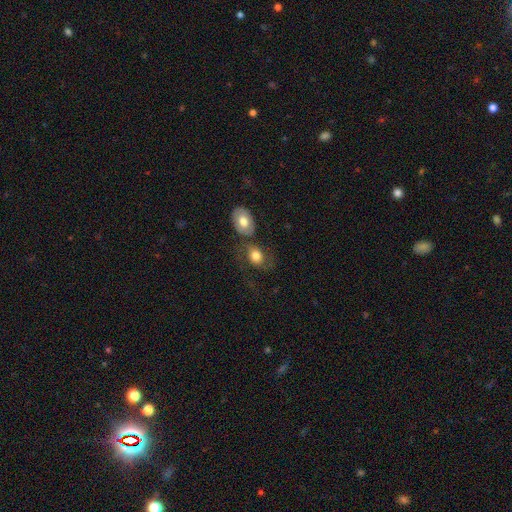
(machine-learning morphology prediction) Q: Smooth or featured?
A: smooth (67%); runner-up: featured or disk (26%)
Q: How rounded?
A: in between (69%); runner-up: round (29%)
Q: Merging?
A: none (36%); runner-up: merger (31%)